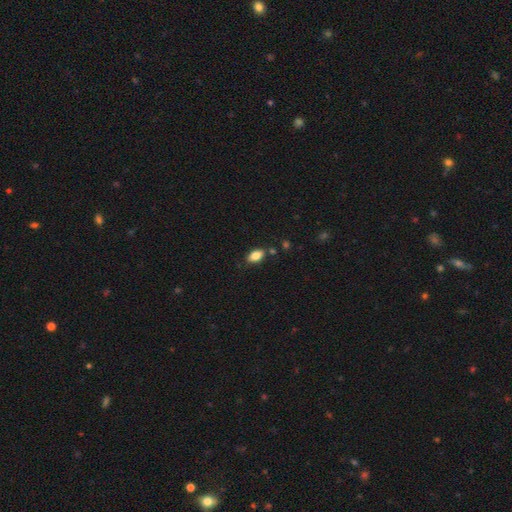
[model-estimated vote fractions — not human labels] Q: Smooth or featured?
A: smooth (84%); runner-up: featured or disk (8%)
Q: How rounded?
A: in between (90%); runner-up: round (6%)
Q: Merging?
A: none (80%); runner-up: minor disturbance (13%)